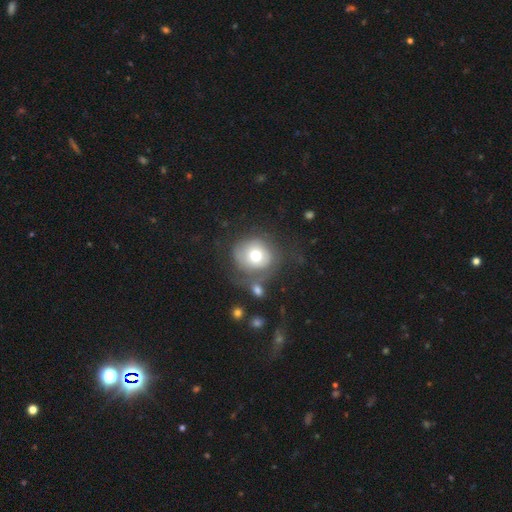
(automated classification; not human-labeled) Q: Smooth or featured?
A: smooth (61%); runner-up: featured or disk (30%)
Q: How rounded?
A: round (85%); runner-up: in between (14%)
Q: Merging?
A: none (49%); runner-up: minor disturbance (20%)